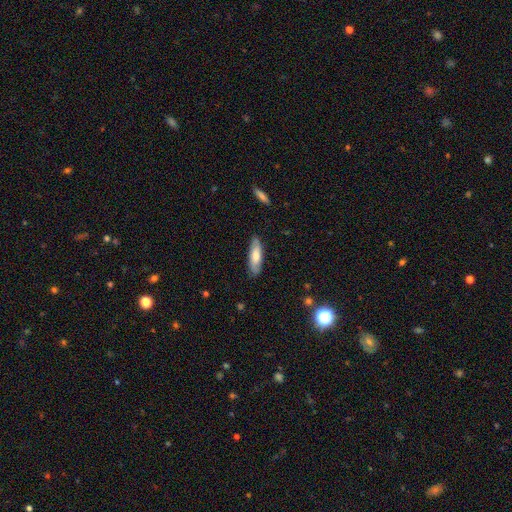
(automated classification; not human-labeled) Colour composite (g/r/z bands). It shows a smooth galaxy with no disk features (67%) that is in between round and cigar-shaped (49%, tied with cigar-shaped). Merging: none (83%).